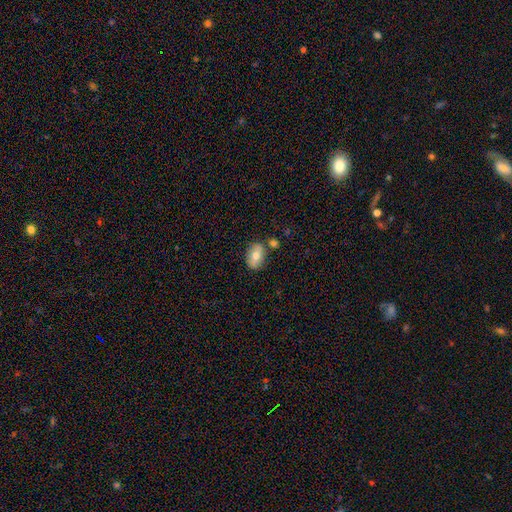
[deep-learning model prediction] smooth-or-featured: smooth: 68% | featured or disk: 24% | star or artifact: 7%
  how-rounded: in between: 86% | round: 11% | cigar-shaped: 2%
  merging: none: 76% | minor disturbance: 13% | merger: 8% | major disturbance: 3%